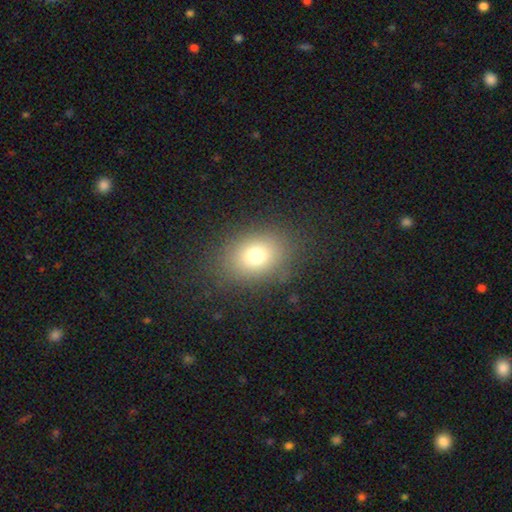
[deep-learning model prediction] Smooth or featured? smooth (74%)
How rounded? in between (61%)
Merging? none (83%)